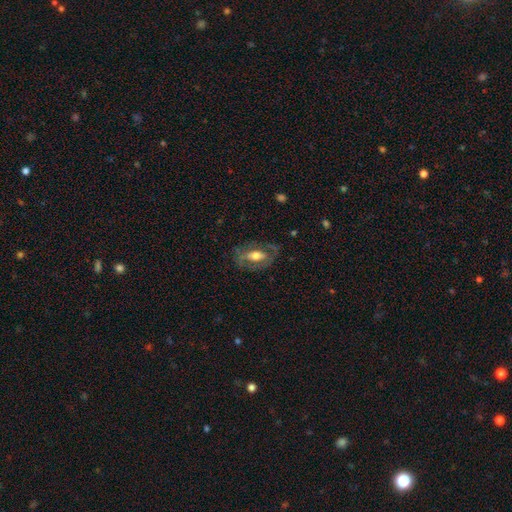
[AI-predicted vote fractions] smooth_or_featured: featured or disk (p=0.57) [alt: smooth p=0.37]
disk_edge_on: no (p=0.89) [alt: yes p=0.11]
bar: no (p=0.56) [alt: weak p=0.27]
has_spiral_arms: no (p=0.58) [alt: yes p=0.42]
bulge_size: moderate (p=0.60) [alt: large p=0.24]
merging: none (p=0.66) [alt: minor disturbance p=0.19]